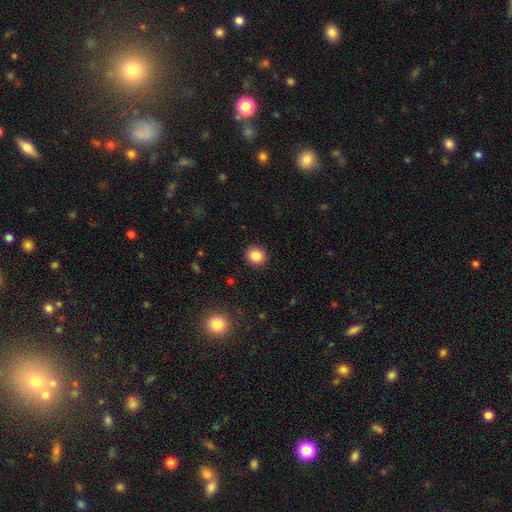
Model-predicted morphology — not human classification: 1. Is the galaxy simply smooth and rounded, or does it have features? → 86% smooth, 10% star or artifact, 4% featured or disk.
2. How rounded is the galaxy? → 86% round, 13% in between, 1% cigar-shaped.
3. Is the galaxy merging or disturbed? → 91% none, 6% minor disturbance, 2% major disturbance, 1% merger.